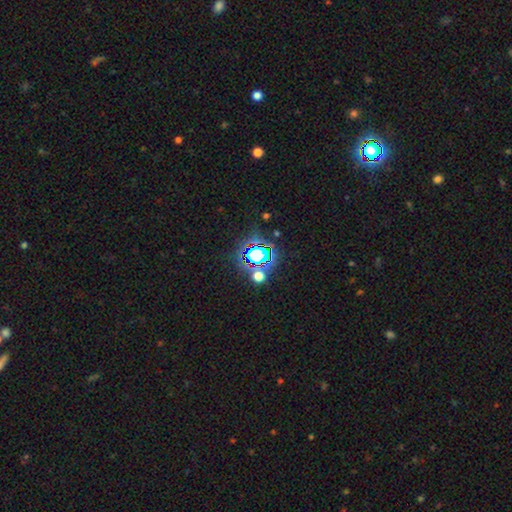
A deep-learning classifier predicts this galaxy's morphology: Smooth or featured?
  - star or artifact: 65% *
  - smooth: 24%
  - featured or disk: 11%